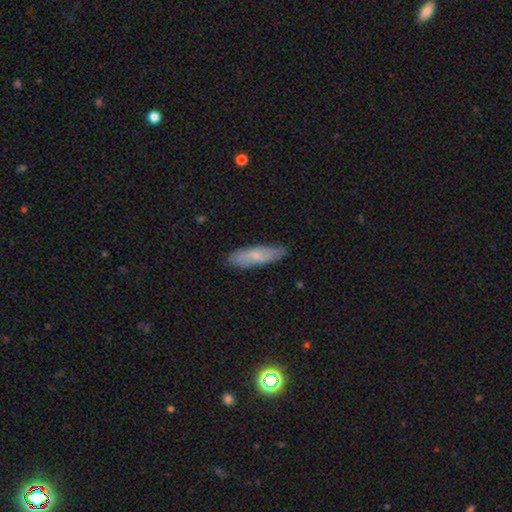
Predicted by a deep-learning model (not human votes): Smooth or featured? smooth (63%)
How rounded? cigar-shaped (61%)
Merging? none (83%)